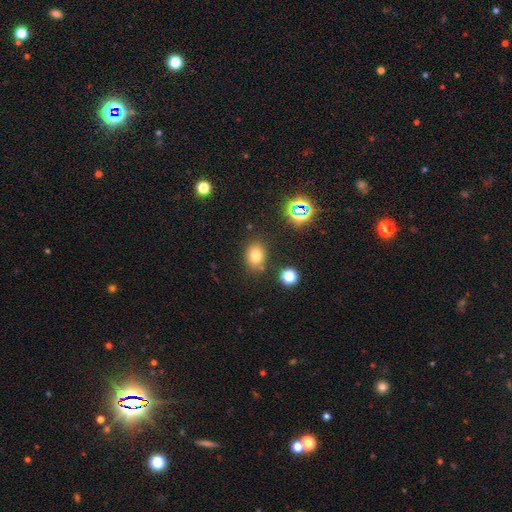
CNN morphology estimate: Overall: smooth (74%). How rounded: in between (50%; round 49%). Merging: none (80%).